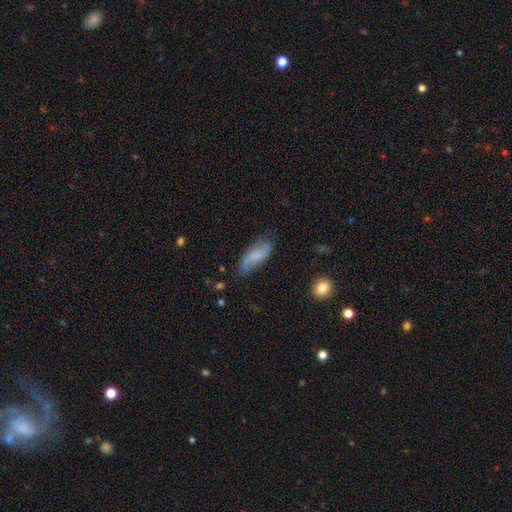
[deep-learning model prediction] Q: Smooth or featured?
A: smooth (64%); runner-up: featured or disk (29%)
Q: How rounded?
A: in between (72%); runner-up: cigar-shaped (25%)
Q: Merging?
A: none (71%); runner-up: minor disturbance (22%)